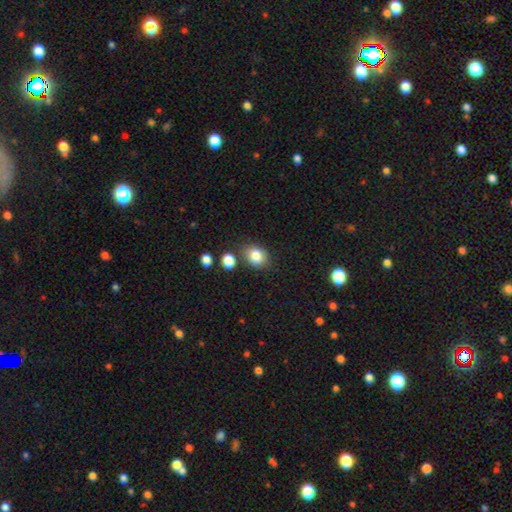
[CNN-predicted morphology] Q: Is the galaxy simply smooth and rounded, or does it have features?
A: smooth — 83%.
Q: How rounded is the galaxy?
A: round — 51%.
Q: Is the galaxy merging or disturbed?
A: none — 74%.